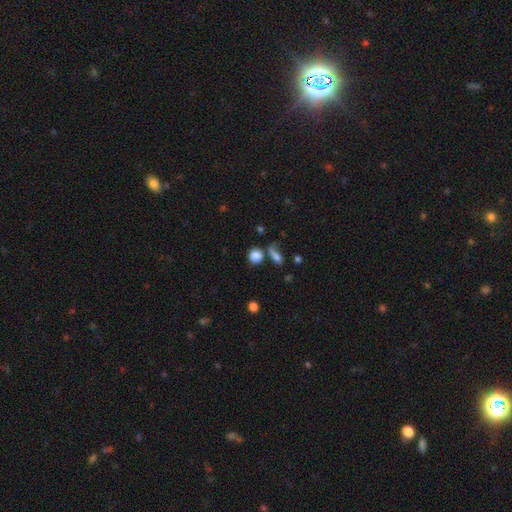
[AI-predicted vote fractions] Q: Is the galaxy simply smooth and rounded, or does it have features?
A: smooth — 82%.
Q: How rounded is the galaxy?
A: round — 82%.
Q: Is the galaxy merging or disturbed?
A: none — 59%.